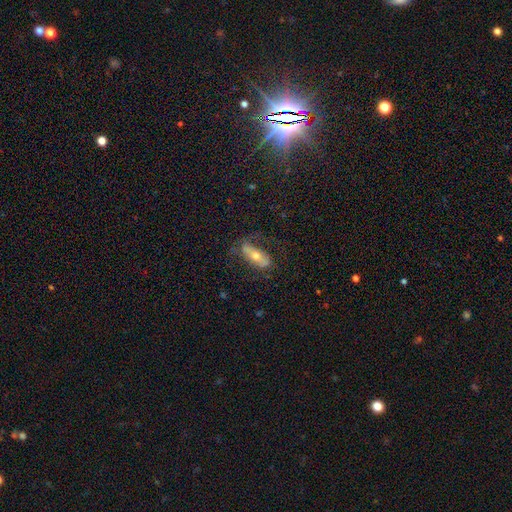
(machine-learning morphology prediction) smooth_or_featured: featured or disk (p=0.52) [alt: smooth p=0.39]
disk_edge_on: no (p=0.70) [alt: yes p=0.30]
merging: none (p=0.61) [alt: minor disturbance p=0.21]